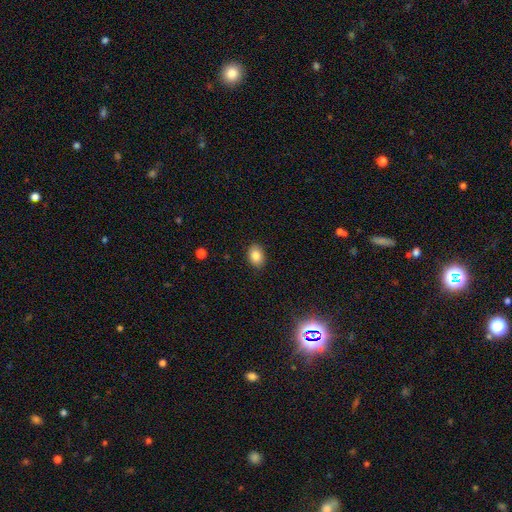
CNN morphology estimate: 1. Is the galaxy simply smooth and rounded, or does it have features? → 84% smooth, 9% star or artifact, 7% featured or disk.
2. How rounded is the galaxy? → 77% in between, 22% round, 1% cigar-shaped.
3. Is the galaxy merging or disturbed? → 88% none, 9% minor disturbance, 2% major disturbance, 1% merger.